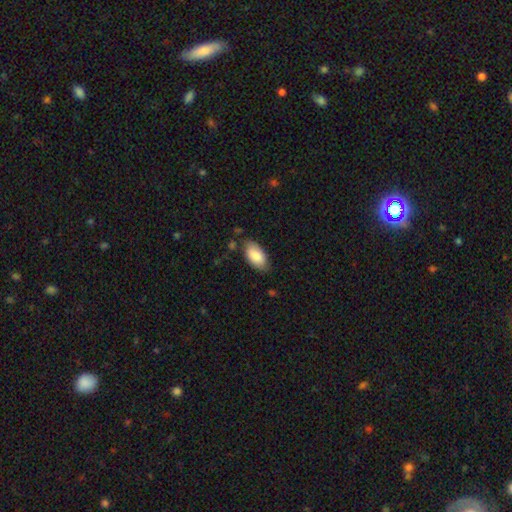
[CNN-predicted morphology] type=smooth (85%); roundness=in between (95%); merging=none (77%).